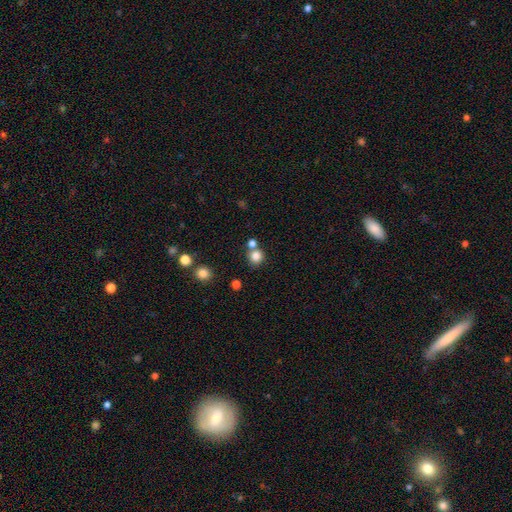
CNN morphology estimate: smooth_or_featured: smooth (p=0.83) [alt: star or artifact p=0.12]
how_rounded: round (p=0.90) [alt: in between p=0.09]
merging: none (p=0.69) [alt: merger p=0.20]